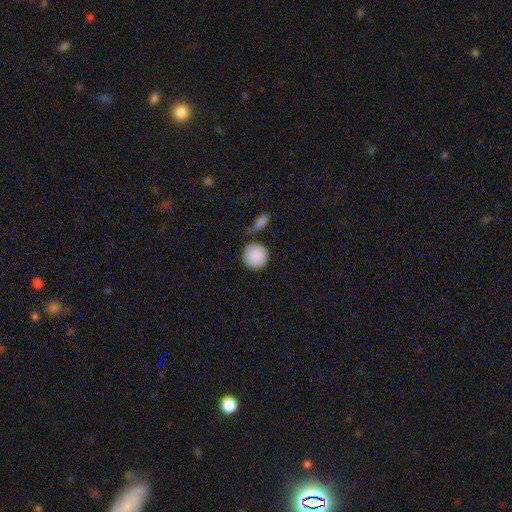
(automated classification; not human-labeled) Smooth or featured: smooth — 87% (featured or disk — 6%)
How rounded: round — 94% (in between — 5%)
Merging: none — 72% (minor disturbance — 14%)